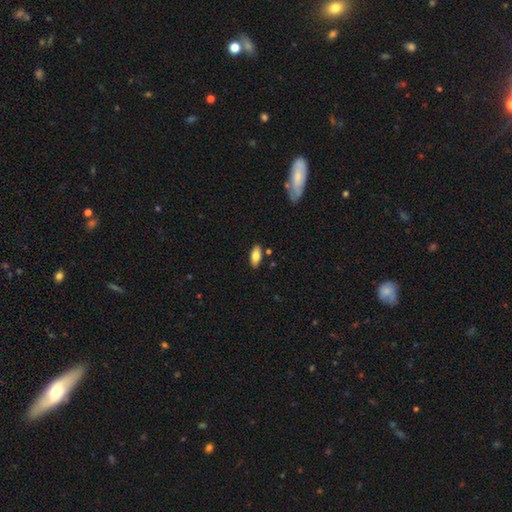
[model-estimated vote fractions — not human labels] Overall: smooth (78%). How rounded: in between (85%). Merging: none (85%).